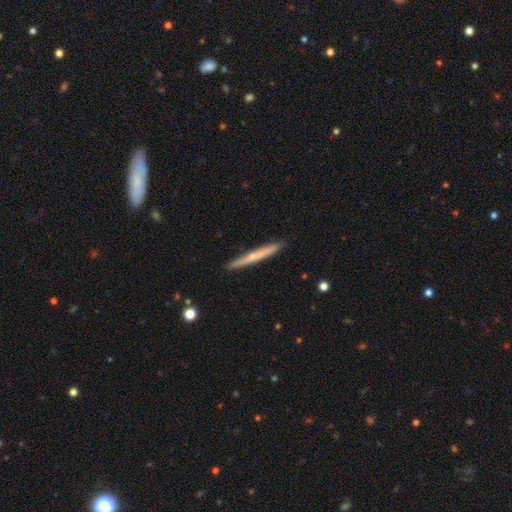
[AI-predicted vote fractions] Q: Smooth or featured?
A: smooth (50%); runner-up: featured or disk (44%)
Q: How rounded?
A: cigar-shaped (97%); runner-up: in between (2%)
Q: Merging?
A: none (91%); runner-up: minor disturbance (7%)